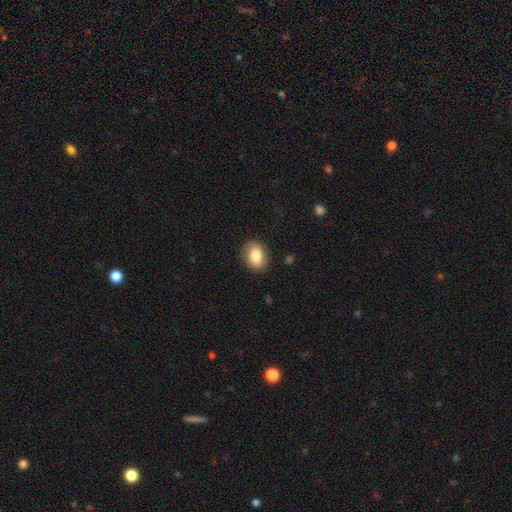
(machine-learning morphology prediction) This appears to be a smooth galaxy with no disk features (82%) that is in between round and cigar-shaped (70%). Merging: none (85%).